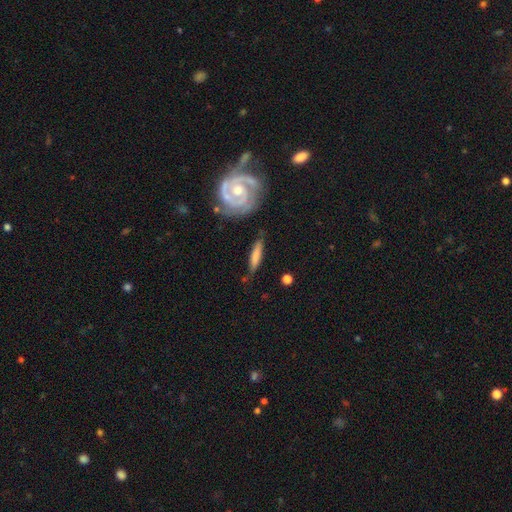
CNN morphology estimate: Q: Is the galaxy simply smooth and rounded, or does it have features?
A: smooth — 60%.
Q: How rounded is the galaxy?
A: cigar-shaped — 84%.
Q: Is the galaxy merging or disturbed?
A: none — 74%.